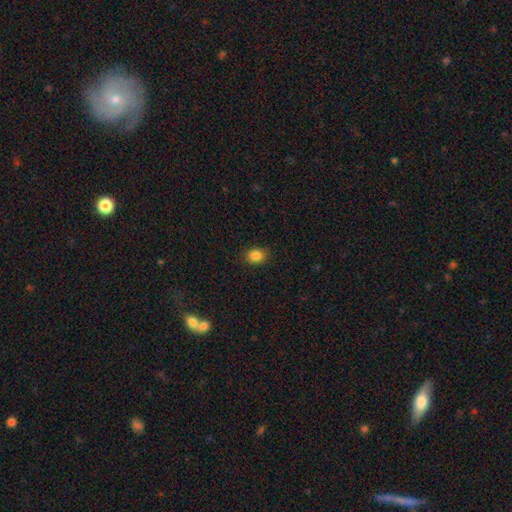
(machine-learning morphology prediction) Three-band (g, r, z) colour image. It shows a smooth galaxy with no disk features (86%) that is in between round and cigar-shaped (56%). Merging: none (88%).